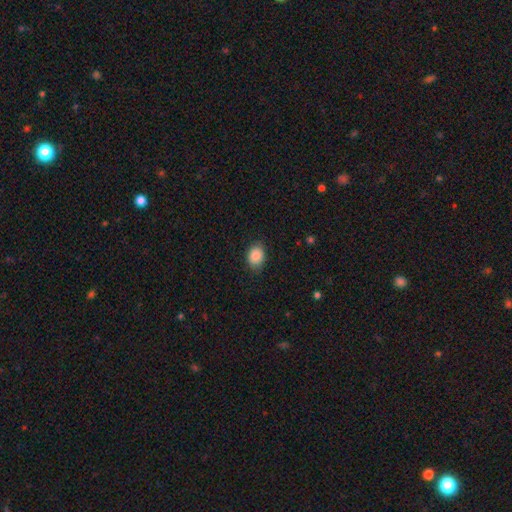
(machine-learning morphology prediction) smooth 88%, star or artifact 8%, featured or disk 4%. Down the decision tree: how rounded — in between (70%); merging — none (81%).